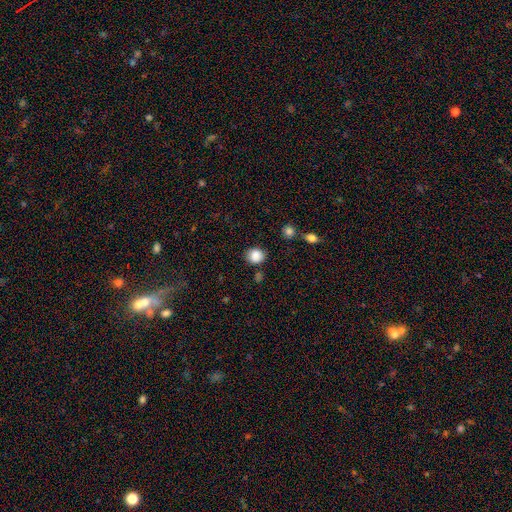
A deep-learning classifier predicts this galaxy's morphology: type=smooth (86%); roundness=round (79%); merging=none (79%).